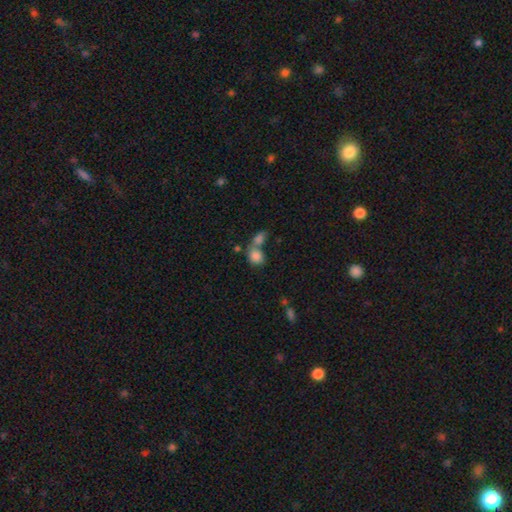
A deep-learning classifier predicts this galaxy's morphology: This is clearly a smooth galaxy (83%). How rounded: possibly round (52%). Merging: possibly merger (55%).